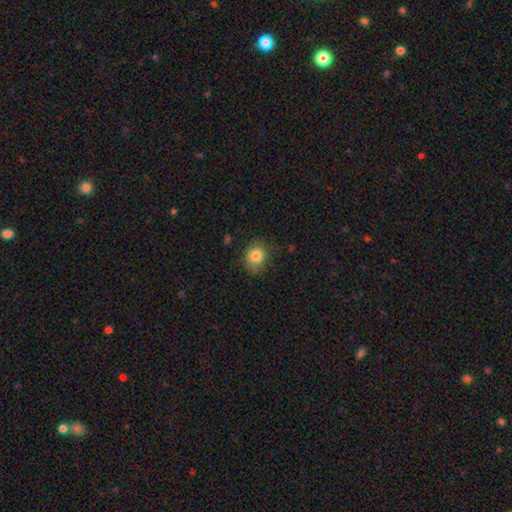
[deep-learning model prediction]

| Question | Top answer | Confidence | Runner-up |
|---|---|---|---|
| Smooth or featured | smooth | 82% | star or artifact (10%) |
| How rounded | round | 71% | in between (28%) |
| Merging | none | 70% | minor disturbance (22%) |